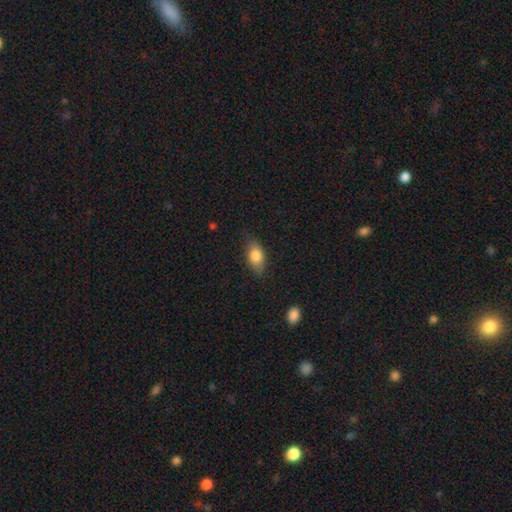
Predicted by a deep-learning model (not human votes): The model was most divided on "merging": none: 79%, minor disturbance: 16%, major disturbance: 4%, merger: 1%. More confident: how rounded — in between (86%); smooth or featured — smooth (80%).